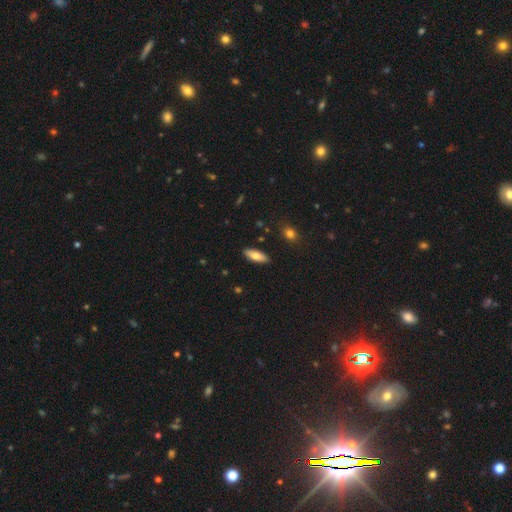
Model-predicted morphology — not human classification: type=smooth (76%); roundness=in between (71%); merging=none (88%).